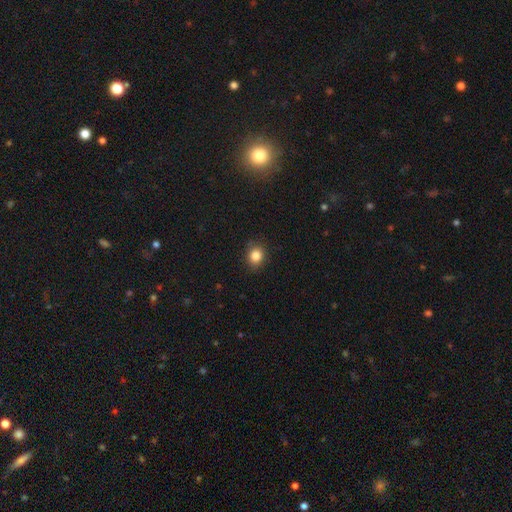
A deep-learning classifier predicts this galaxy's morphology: This is clearly a smooth galaxy (85%). How rounded: likely round (69%). Merging: clearly none (87%).